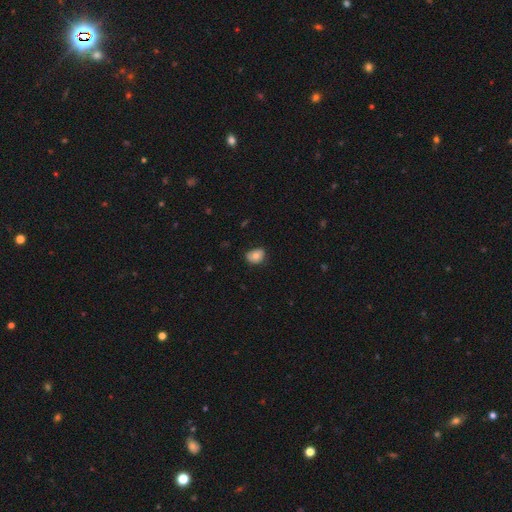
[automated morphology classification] smooth-or-featured: smooth: 74% | featured or disk: 17% | star or artifact: 9%
  how-rounded: in between: 57% | round: 42% | cigar-shaped: 1%
  merging: none: 72% | minor disturbance: 23% | major disturbance: 4% | merger: 1%